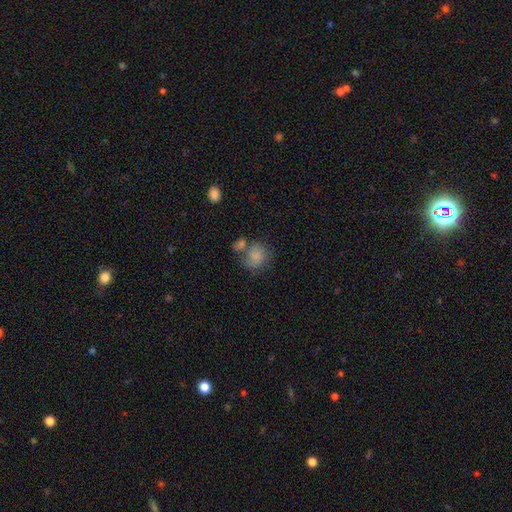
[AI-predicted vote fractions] smooth-or-featured: smooth: 80% | featured or disk: 11% | star or artifact: 9%
  how-rounded: round: 70% | in between: 29% | cigar-shaped: 1%
  merging: none: 44% | merger: 31% | minor disturbance: 16% | major disturbance: 9%